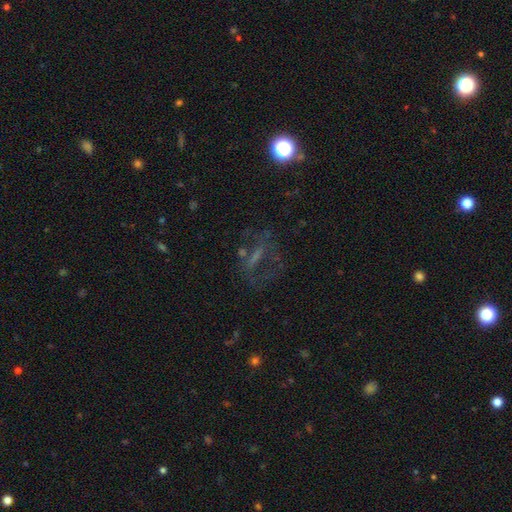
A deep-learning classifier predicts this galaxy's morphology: Smooth or featured? featured or disk (44%)
Merging? none (54%)